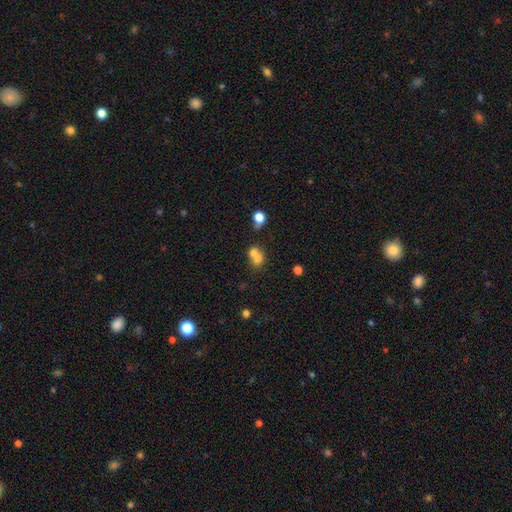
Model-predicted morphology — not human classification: smooth 69%, featured or disk 18%, star or artifact 13%. Down the decision tree: how rounded — round (56%); merging — merger (64%).